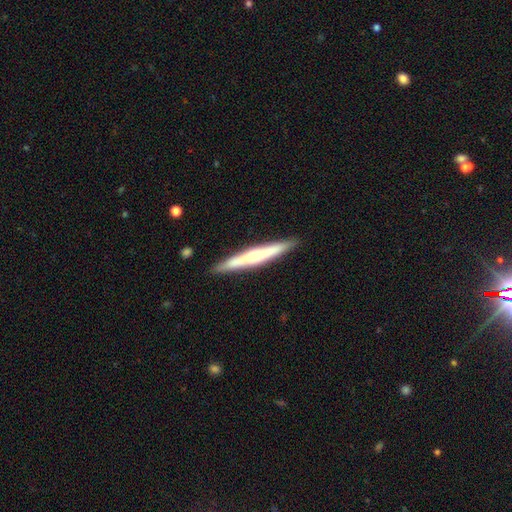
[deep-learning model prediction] Smooth or featured? featured or disk (51%)
Edge-on disk? yes (96%)
Merging? none (90%)